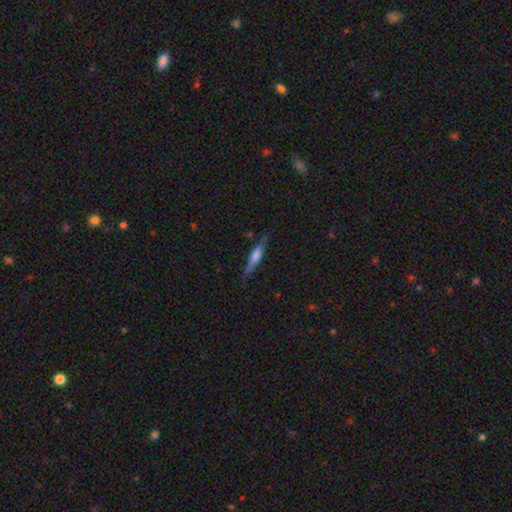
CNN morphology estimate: Smooth or featured?
  - featured or disk: 58% *
  - smooth: 36%
  - star or artifact: 6%
Edge-on disk?
  - yes: 96% *
  - no: 4%
Edge-on bulge?
  - rounded: 60% *
  - boxy: 29%
  - none: 11%
Merging?
  - none: 84% *
  - minor disturbance: 12%
  - major disturbance: 2%
  - merger: 1%